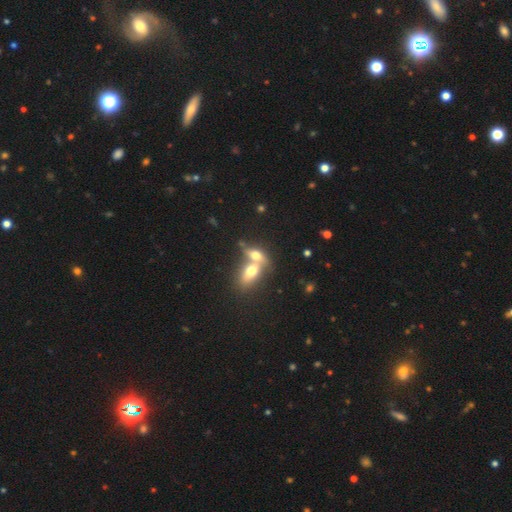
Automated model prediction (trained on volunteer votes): Smooth or featured? Predicted: smooth (p=0.64). How rounded? Predicted: in between (p=0.73). Merging? Predicted: merger (p=0.73).